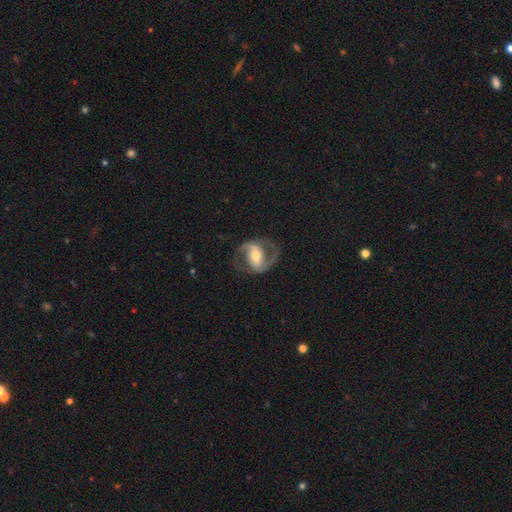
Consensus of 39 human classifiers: This is likely a featured or disk galaxy (77%). It is clearly not viewed edge-on (90%). Bar: possibly strong (48%). Spiral arm pattern: likely yes (74%). Spiral arm count: clearly 2 (85%). Spiral winding: possibly loose (45%). Central bulge: possibly moderate (48%). Merging: clearly none (89%).